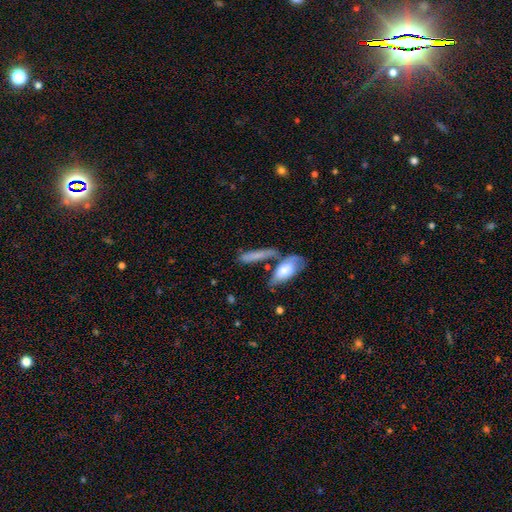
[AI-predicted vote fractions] Smooth or featured?
  - smooth: 70% *
  - featured or disk: 23%
  - star or artifact: 8%
How rounded?
  - cigar-shaped: 62% *
  - in between: 35%
  - round: 3%
Merging?
  - none: 45% *
  - merger: 31%
  - minor disturbance: 16%
  - major disturbance: 8%